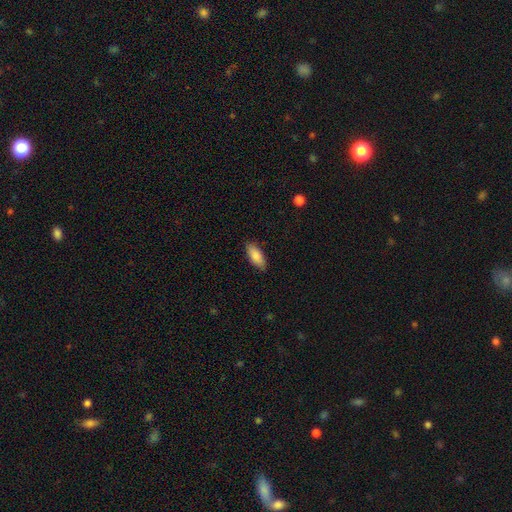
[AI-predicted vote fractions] The model was most divided on "how rounded": in between: 83%, cigar-shaped: 15%, round: 2%. More confident: smooth or featured — smooth (87%); merging — none (86%).